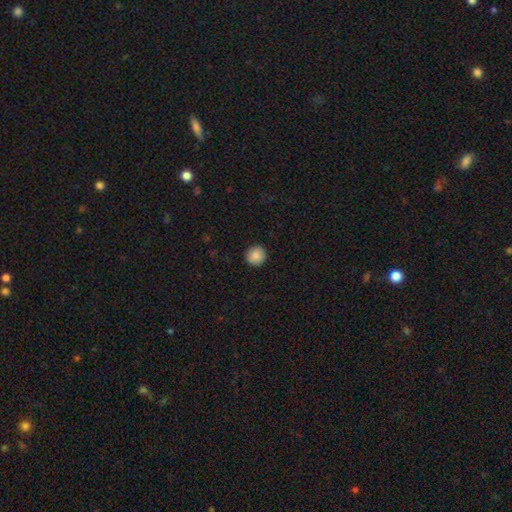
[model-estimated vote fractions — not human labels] Morphology: type=smooth (88%); roundness=round (95%); merging=none (92%).